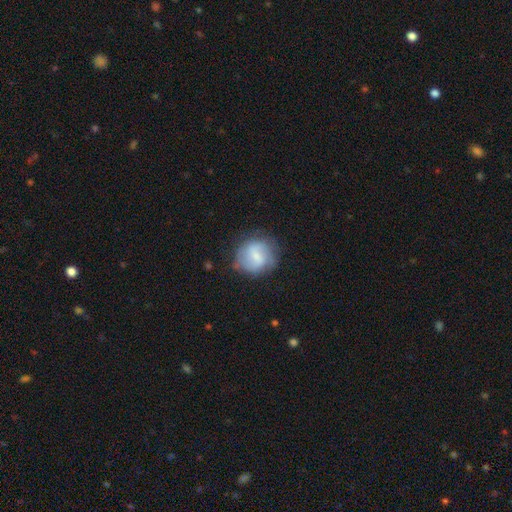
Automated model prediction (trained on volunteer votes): smooth_or_featured: smooth (p=0.51) [alt: featured or disk p=0.42]
how_rounded: round (p=0.86) [alt: in between p=0.13]
merging: none (p=0.69) [alt: minor disturbance p=0.21]